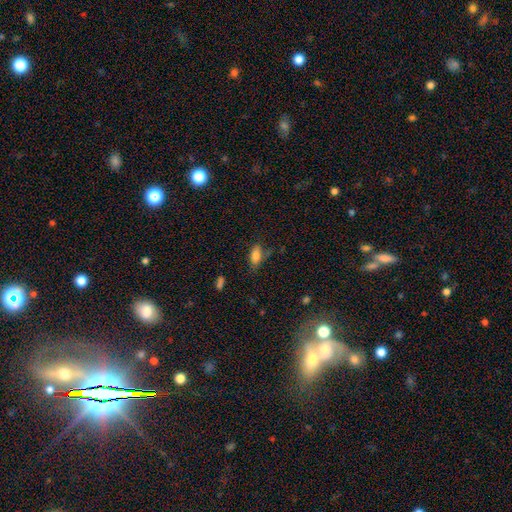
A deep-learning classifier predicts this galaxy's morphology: Overall: smooth (81%). How rounded: in between (85%). Merging: none (62%; minor disturbance 25%).